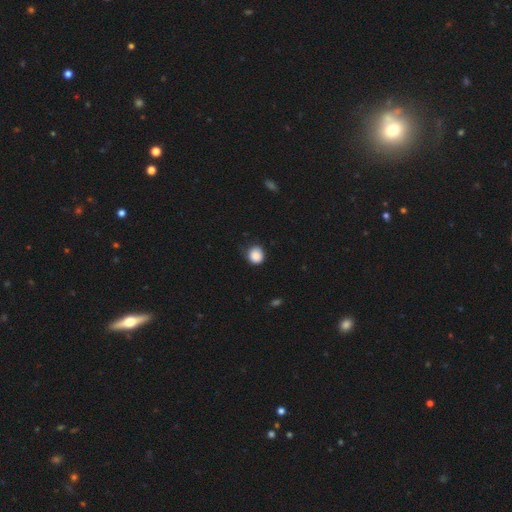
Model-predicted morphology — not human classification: Smooth or featured?
  - smooth: 87% *
  - star or artifact: 9%
  - featured or disk: 3%
How rounded?
  - round: 83% *
  - in between: 16%
  - cigar-shaped: 1%
Merging?
  - none: 73% *
  - minor disturbance: 21%
  - major disturbance: 4%
  - merger: 1%